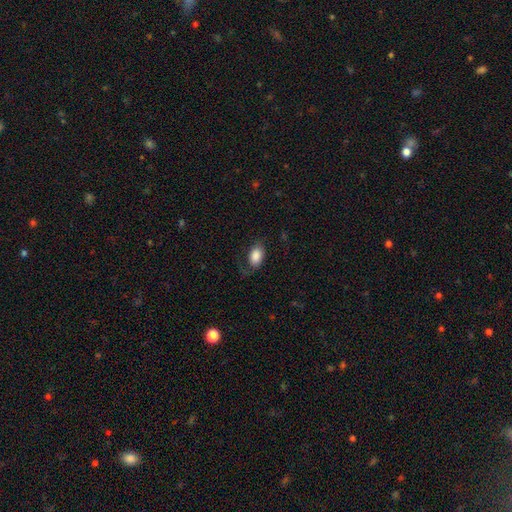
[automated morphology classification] A smooth galaxy with no disk features (80%) that is in between round and cigar-shaped (89%). Merging: none (59%).